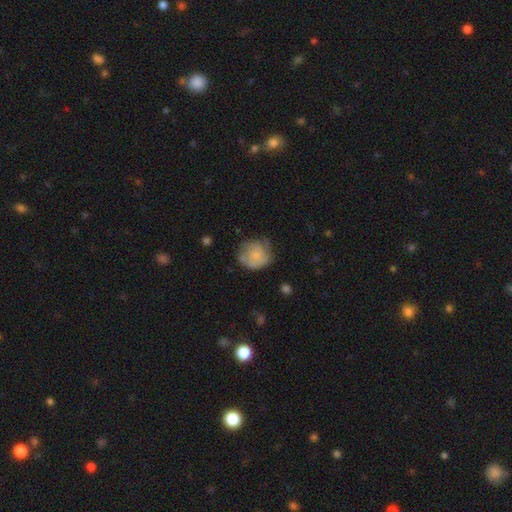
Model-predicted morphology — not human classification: Smooth or featured? Predicted: smooth (p=0.54). How rounded? Predicted: round (p=0.81). Merging? Predicted: none (p=0.53).